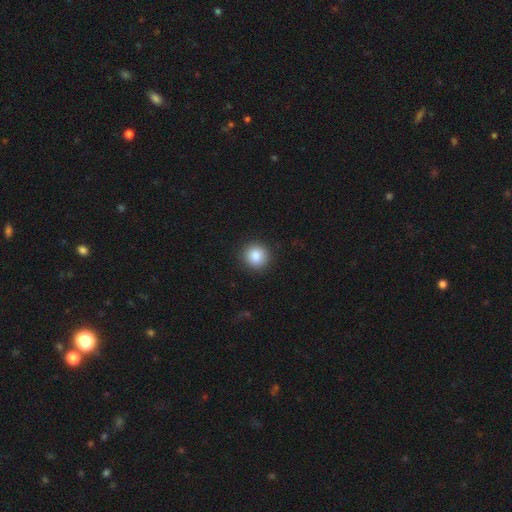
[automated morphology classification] type=smooth (86%); roundness=round (92%); merging=none (91%).